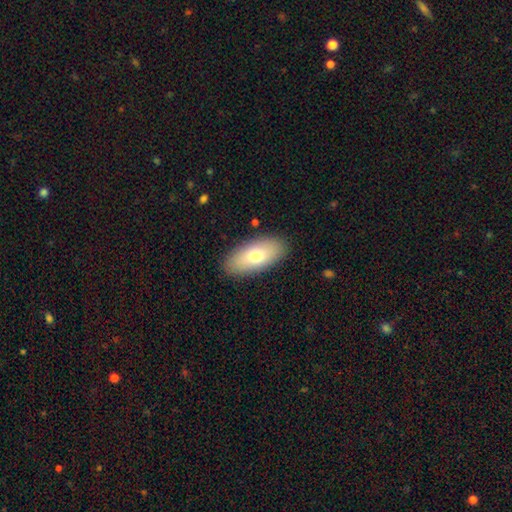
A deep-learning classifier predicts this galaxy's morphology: This appears to be a smooth galaxy with no disk features (75%) that is in between round and cigar-shaped (89%). Merging: none (88%).